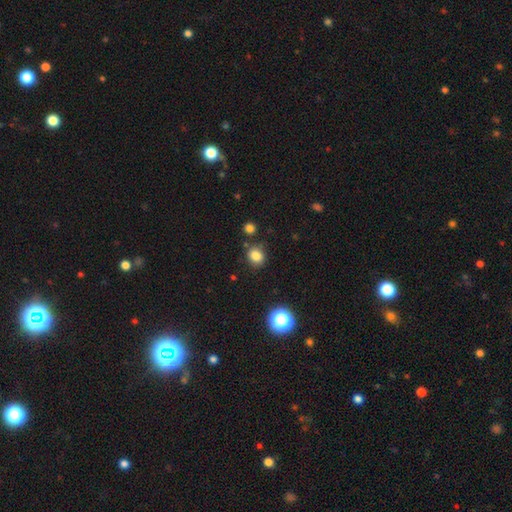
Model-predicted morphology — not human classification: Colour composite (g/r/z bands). It shows a smooth galaxy with no disk features (82%) that is round (71%). Merging: none (80%).